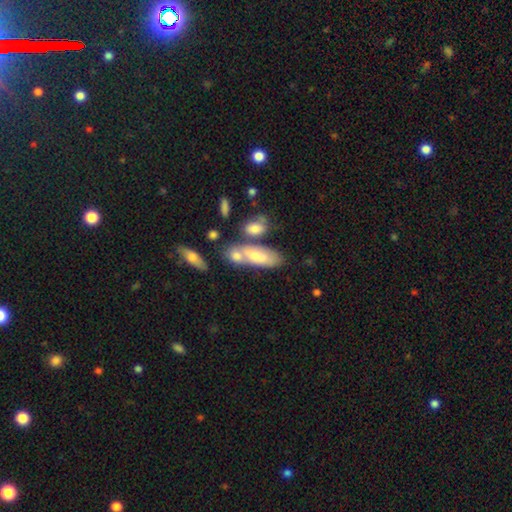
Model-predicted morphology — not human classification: Smooth or featured? Predicted: smooth (p=0.65). How rounded? Predicted: in between (p=0.68). Merging? Predicted: none (p=0.40).